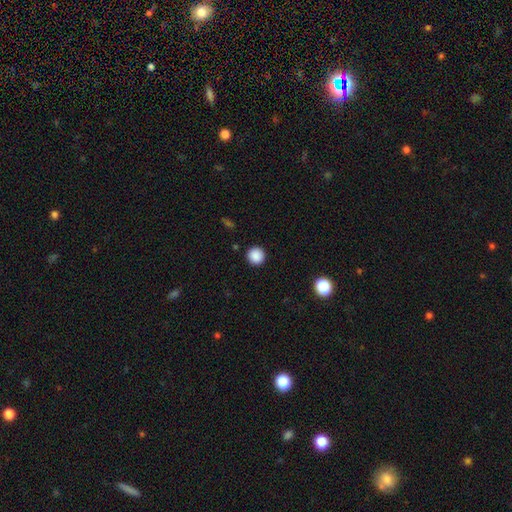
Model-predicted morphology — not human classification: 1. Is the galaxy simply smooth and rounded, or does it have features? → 89% smooth, 9% star or artifact, 2% featured or disk.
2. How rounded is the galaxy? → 95% round, 4% in between, 1% cigar-shaped.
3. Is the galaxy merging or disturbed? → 93% none, 5% minor disturbance, 2% major disturbance, 1% merger.